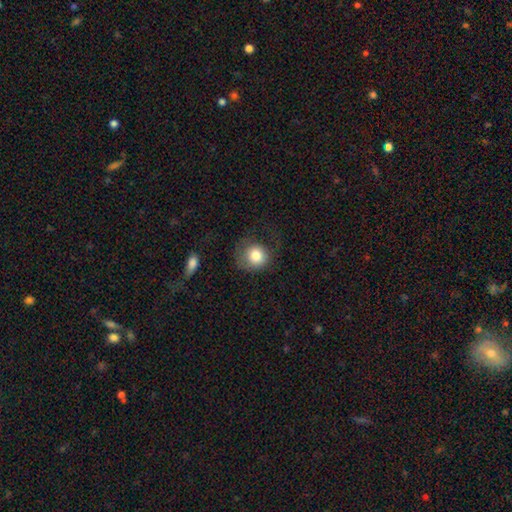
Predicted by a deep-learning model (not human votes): Smooth or featured? smooth (81%)
How rounded? round (84%)
Merging? none (51%)